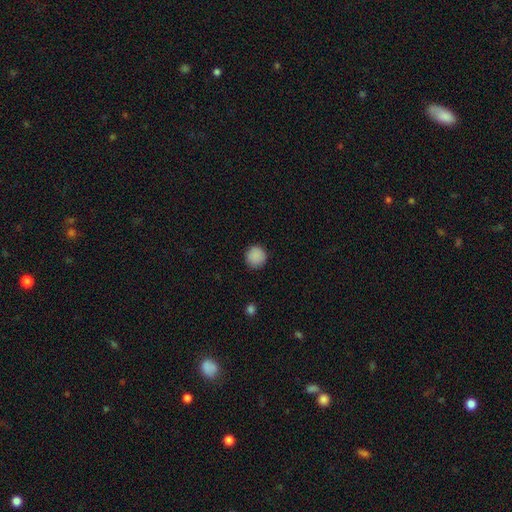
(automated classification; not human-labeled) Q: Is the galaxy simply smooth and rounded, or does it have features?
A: smooth — 89%.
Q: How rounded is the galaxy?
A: round — 93%.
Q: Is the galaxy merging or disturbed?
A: none — 90%.